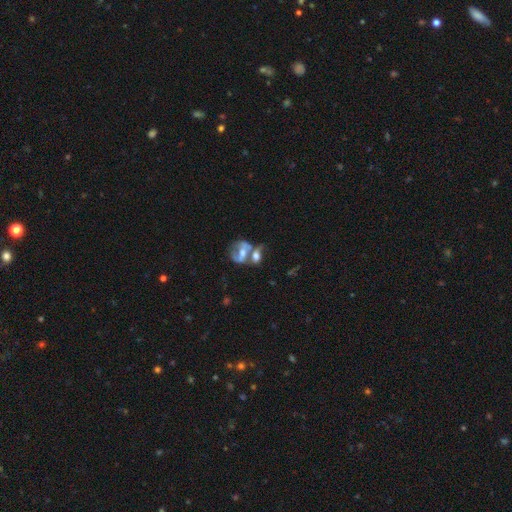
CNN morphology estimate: Smooth or featured? Predicted: featured or disk (p=0.50). Edge-on disk? Predicted: no (p=0.87). Merging? Predicted: merger (p=0.58).